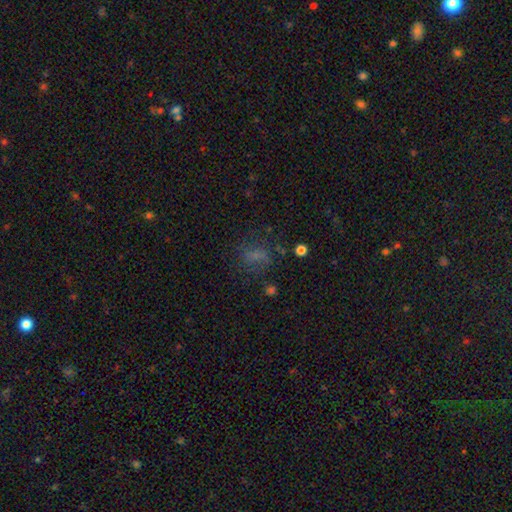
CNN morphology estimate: This appears to be a smooth galaxy with no disk features (56%) that is in between round and cigar-shaped (58%). Merging: none (60%).